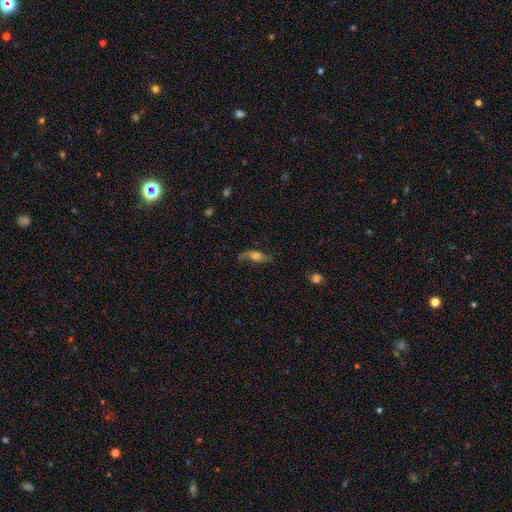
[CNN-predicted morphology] The model was most divided on "smooth or featured": featured or disk: 56%, smooth: 35%, star or artifact: 9%. More confident: edge-on disk — no (77%); merging — none (58%).